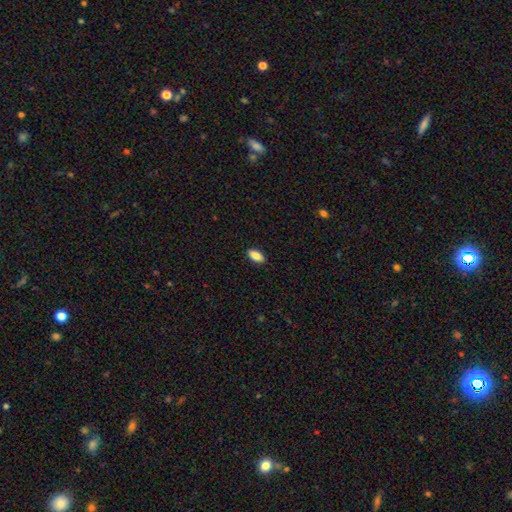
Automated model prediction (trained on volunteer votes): smooth 86%, star or artifact 7%, featured or disk 7%. Down the decision tree: how rounded — in between (88%); merging — none (89%).